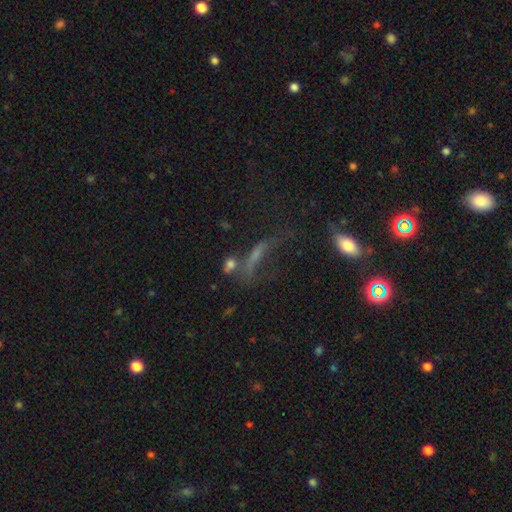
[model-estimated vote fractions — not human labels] This appears to be a smooth galaxy with no disk features (46%). Merging: none (35%).